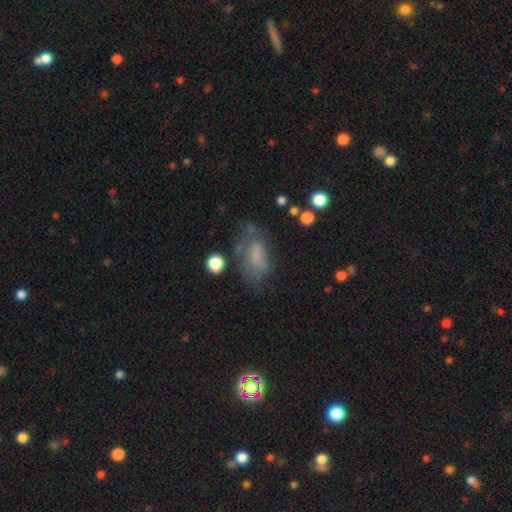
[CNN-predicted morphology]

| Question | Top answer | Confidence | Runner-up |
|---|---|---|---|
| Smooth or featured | smooth | 58% | featured or disk (28%) |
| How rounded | in between | 86% | cigar-shaped (8%) |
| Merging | none | 47% | minor disturbance (26%) |